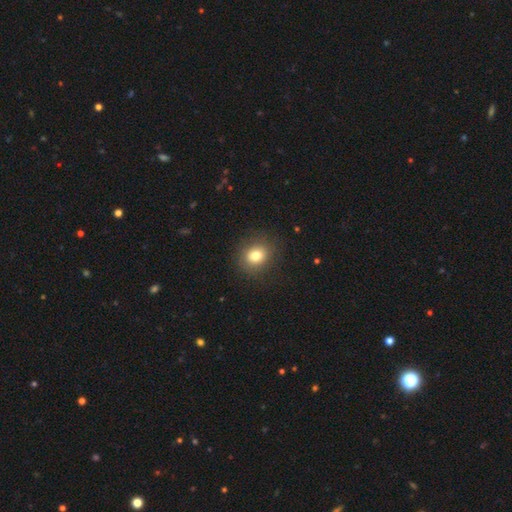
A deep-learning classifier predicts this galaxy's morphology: The model was most divided on "how rounded": round: 71%, in between: 28%, cigar-shaped: 1%. More confident: merging — none (86%); smooth or featured — smooth (80%).